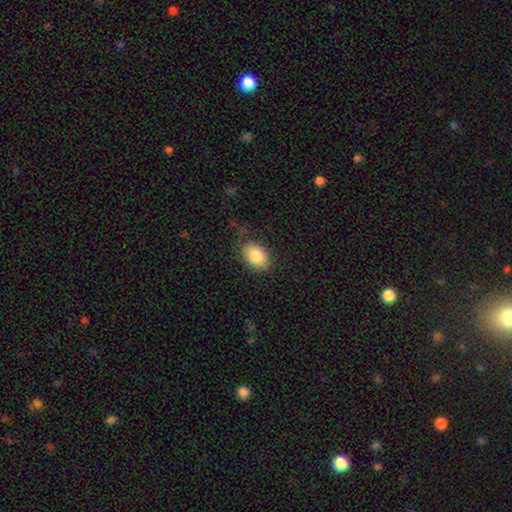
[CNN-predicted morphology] Smooth or featured? Predicted: smooth (p=0.85). How rounded? Predicted: in between (p=0.85). Merging? Predicted: none (p=0.80).